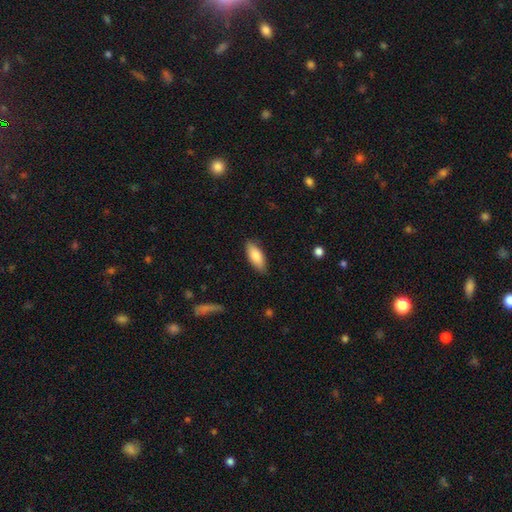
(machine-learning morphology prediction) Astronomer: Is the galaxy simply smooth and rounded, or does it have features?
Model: smooth — 84%.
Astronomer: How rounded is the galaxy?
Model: in between — 79%.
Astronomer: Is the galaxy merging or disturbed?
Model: none — 85%.